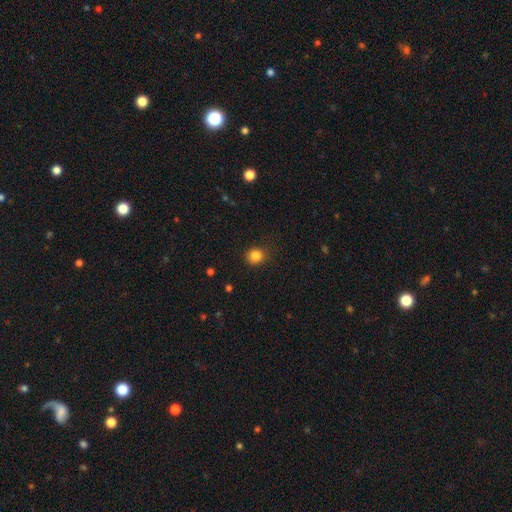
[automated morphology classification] Smooth or featured? Predicted: smooth (p=0.84). How rounded? Predicted: round (p=0.82). Merging? Predicted: none (p=0.87).